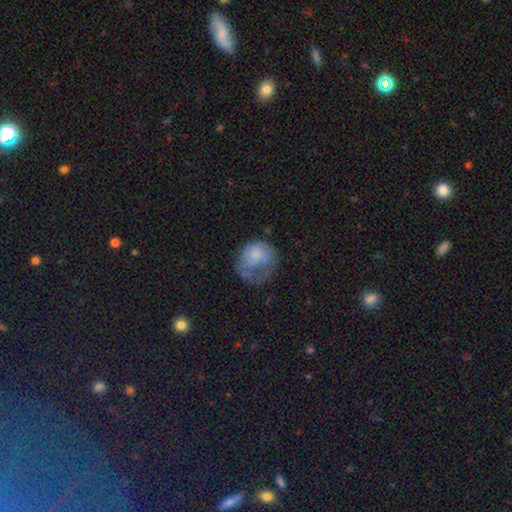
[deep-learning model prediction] Morphology: type=smooth (60%); roundness=round (61%); merging=major disturbance (46%).